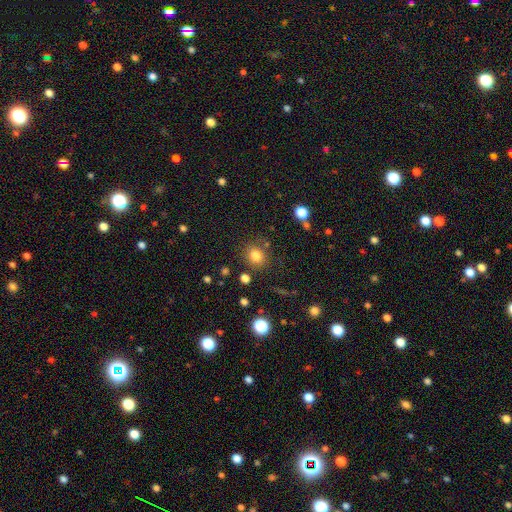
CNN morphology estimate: Overall: smooth (80%). How rounded: round (83%). Merging: none (81%).